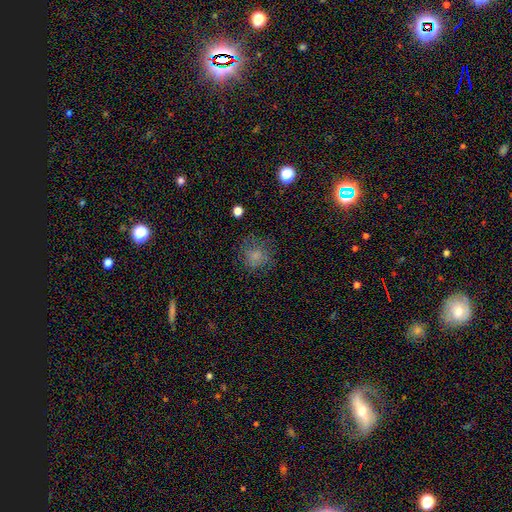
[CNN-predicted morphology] Q: Smooth or featured?
A: smooth (72%); runner-up: star or artifact (15%)
Q: How rounded?
A: round (84%); runner-up: in between (15%)
Q: Merging?
A: none (69%); runner-up: minor disturbance (18%)